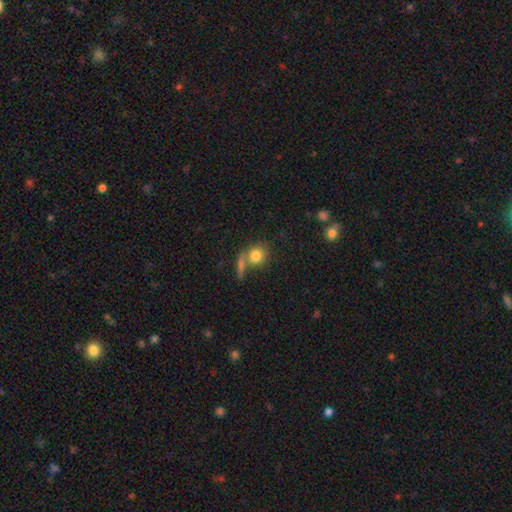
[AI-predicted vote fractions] A smooth galaxy with no disk features (80%) that is round (77%). Merging: none (52%).